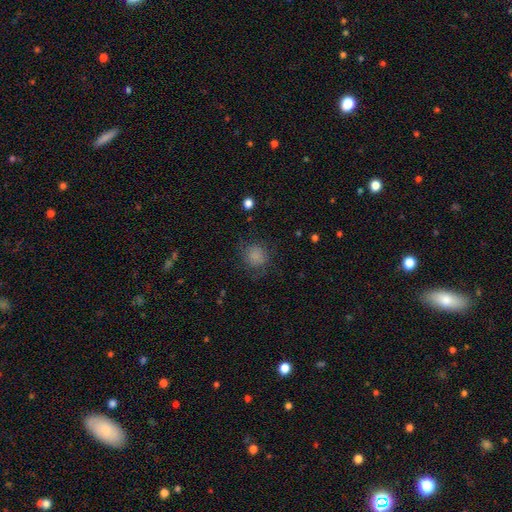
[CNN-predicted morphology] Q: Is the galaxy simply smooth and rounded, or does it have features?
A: smooth — 79%.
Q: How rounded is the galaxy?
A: round — 87%.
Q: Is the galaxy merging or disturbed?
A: none — 71%.